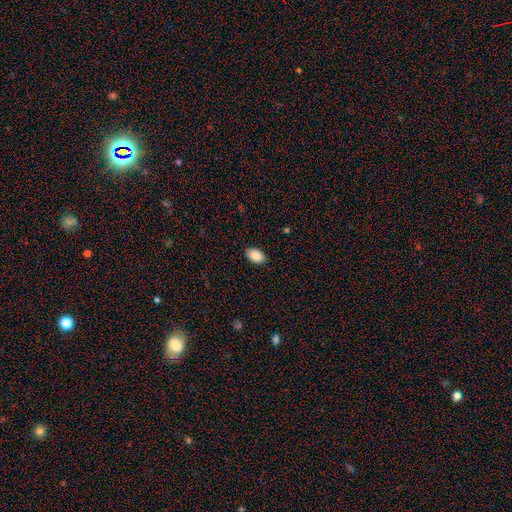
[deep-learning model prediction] Q: Smooth or featured?
A: smooth (89%); runner-up: star or artifact (7%)
Q: How rounded?
A: in between (92%); runner-up: round (7%)
Q: Merging?
A: none (88%); runner-up: minor disturbance (9%)